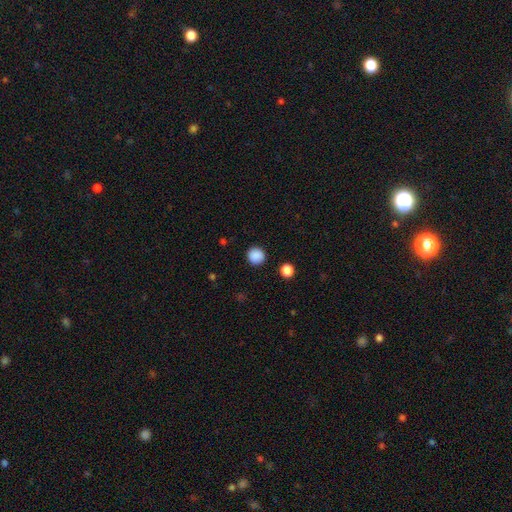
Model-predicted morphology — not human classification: A smooth galaxy with no disk features (87%) that is round (93%). Merging: none (90%).